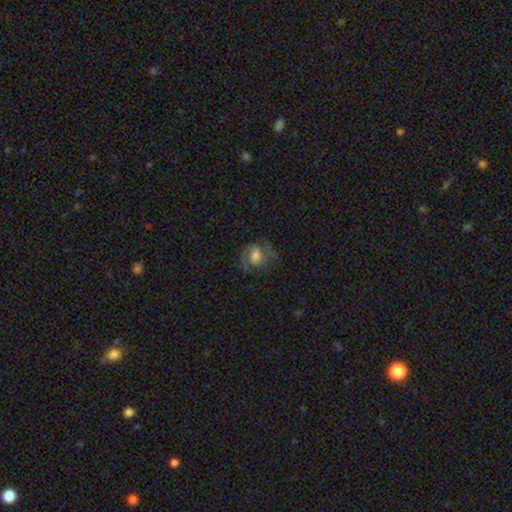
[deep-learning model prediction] Smooth or featured?
  - featured or disk: 55% *
  - smooth: 36%
  - star or artifact: 9%
Edge-on disk?
  - no: 97% *
  - yes: 3%
Bar?
  - no: 50% *
  - weak: 39%
  - strong: 11%
Spiral arms?
  - yes: 81% *
  - no: 19%
Bulge size?
  - moderate: 41% *
  - large: 26%
  - small: 21%
  - none: 8%
  - dominant: 3%
Merging?
  - none: 59% *
  - minor disturbance: 21%
  - major disturbance: 19%
  - merger: 2%